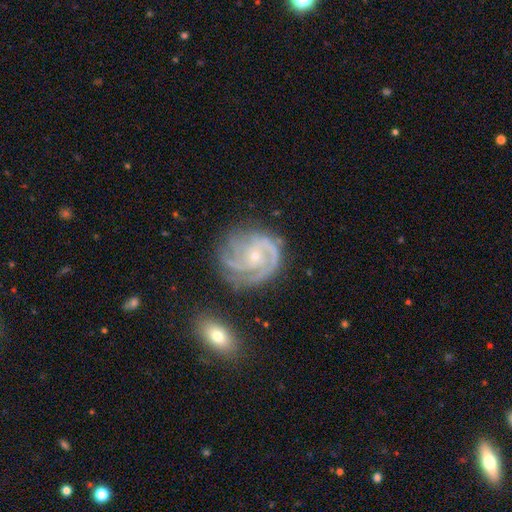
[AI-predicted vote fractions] Morphology: type=featured or disk (89%); edge-on=no (98%); bar=no (73%); spiral arms=yes (98%); winding=tight (60%); arm count=3 (47%); bulge=small (80%); merging=none (68%).